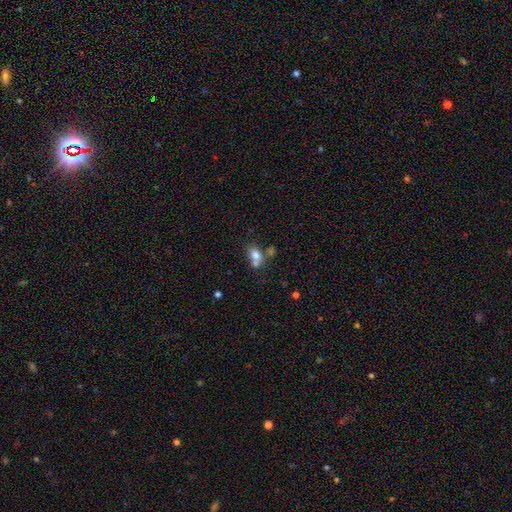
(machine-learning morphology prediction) Smooth or featured: smooth — 74% (featured or disk — 14%)
How rounded: in between — 66% (round — 32%)
Merging: merger — 47% (none — 36%)